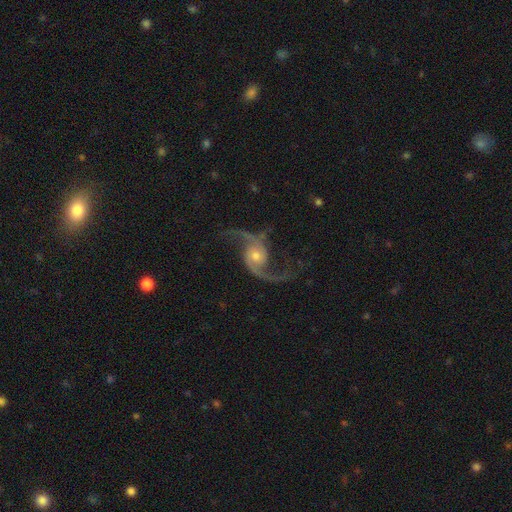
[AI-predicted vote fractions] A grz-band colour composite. It shows a featured or disk galaxy (92%) with no bar (66%), 2 (94%) loose (73%) spiral arms (98%) and a moderate central bulge (52%). Merging: none (74%).